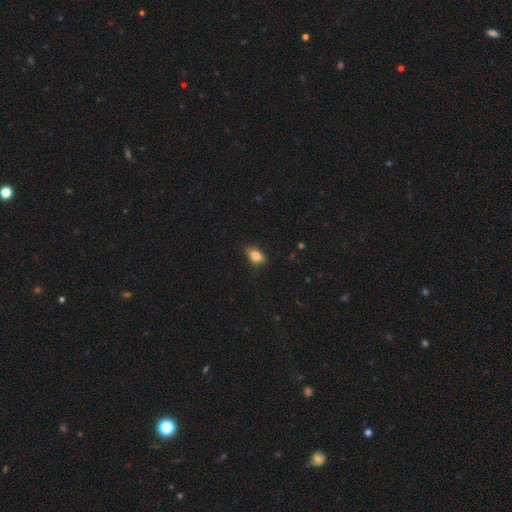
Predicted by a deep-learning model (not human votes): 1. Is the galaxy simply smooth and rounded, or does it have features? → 85% smooth, 8% star or artifact, 7% featured or disk.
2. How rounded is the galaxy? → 86% in between, 10% round, 4% cigar-shaped.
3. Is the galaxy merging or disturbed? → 76% none, 19% minor disturbance, 4% major disturbance, 1% merger.